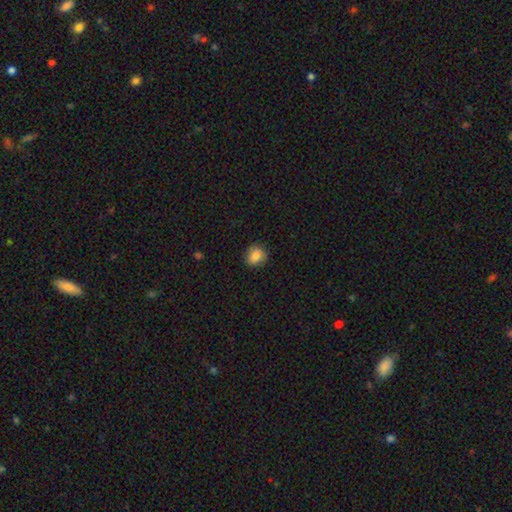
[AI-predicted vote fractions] smooth_or_featured: smooth (p=0.84) [alt: star or artifact p=0.09]
how_rounded: round (p=0.69) [alt: in between p=0.30]
merging: none (p=0.84) [alt: minor disturbance p=0.12]